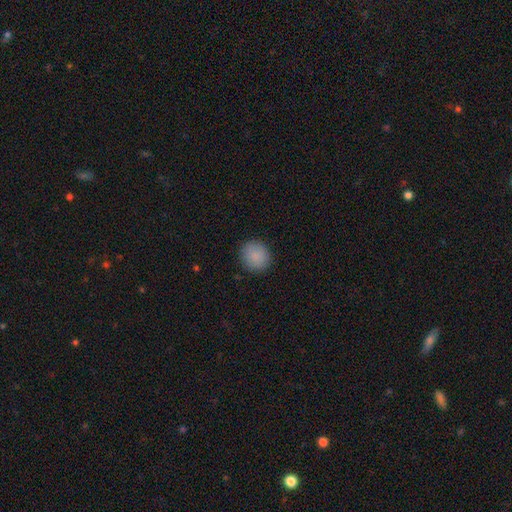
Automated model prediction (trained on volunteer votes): smooth 88%, star or artifact 8%, featured or disk 4%. Down the decision tree: how rounded — round (86%); merging — none (89%).